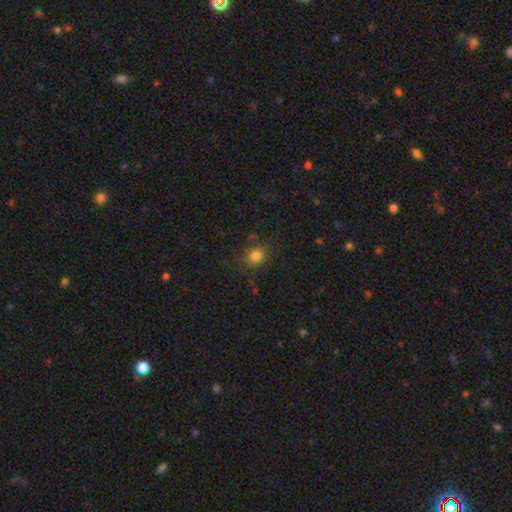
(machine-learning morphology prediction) A smooth galaxy with no disk features (78%) that is round (70%). Merging: none (77%).